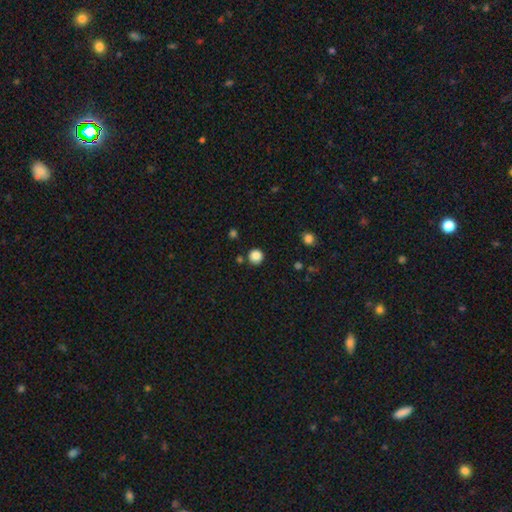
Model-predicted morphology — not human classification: A smooth galaxy with no disk features (86%) that is round (94%). Merging: none (85%).